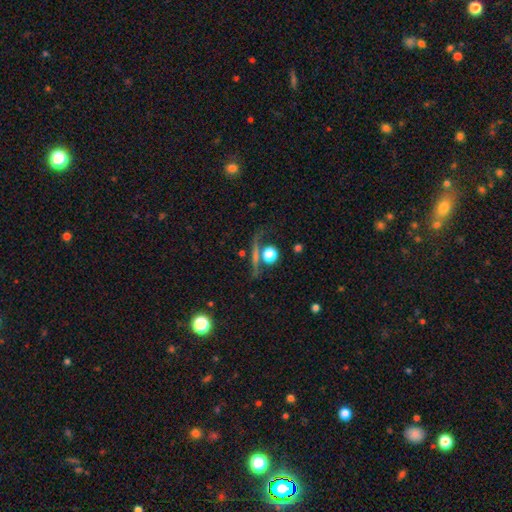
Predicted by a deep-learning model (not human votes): Smooth or featured: star or artifact — 34% (featured or disk — 33%)